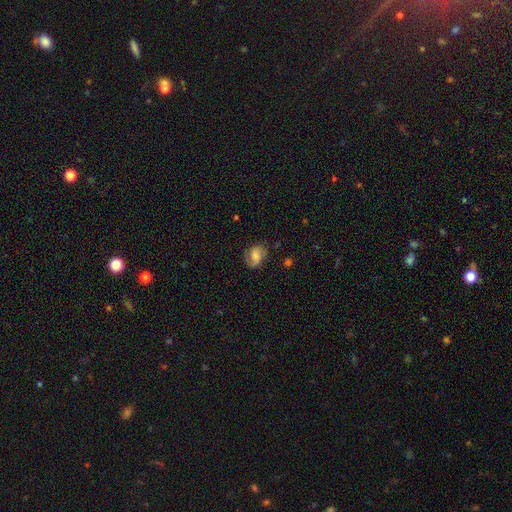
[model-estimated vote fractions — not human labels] This is possibly a featured or disk galaxy (54%). It is clearly not viewed edge-on (97%). Bar: possibly no (49%). Spiral arm pattern: clearly yes (90%). Central bulge: possibly moderate (47%). Merging: likely none (73%).